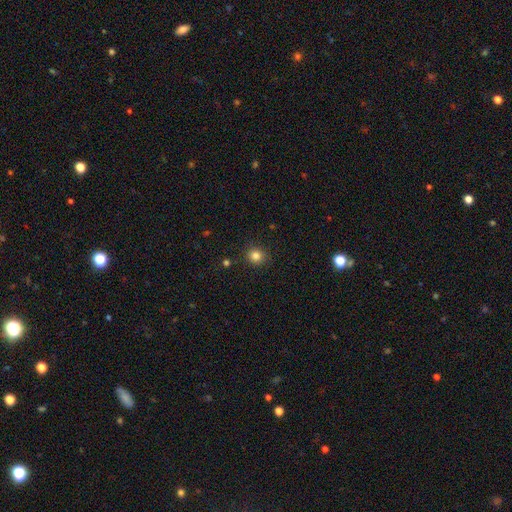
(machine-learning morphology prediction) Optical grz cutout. It shows a smooth galaxy with no disk features (83%) that is round (88%). Merging: none (89%).